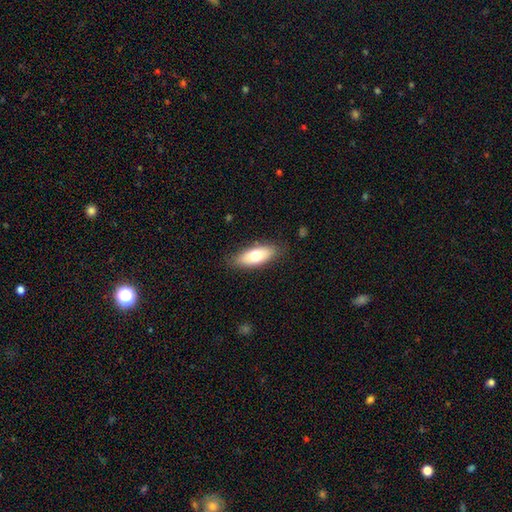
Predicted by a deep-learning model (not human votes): Smooth or featured?
  - smooth: 74% *
  - featured or disk: 20%
  - star or artifact: 6%
How rounded?
  - in between: 75% *
  - cigar-shaped: 22%
  - round: 2%
Merging?
  - none: 84% *
  - minor disturbance: 12%
  - major disturbance: 3%
  - merger: 1%